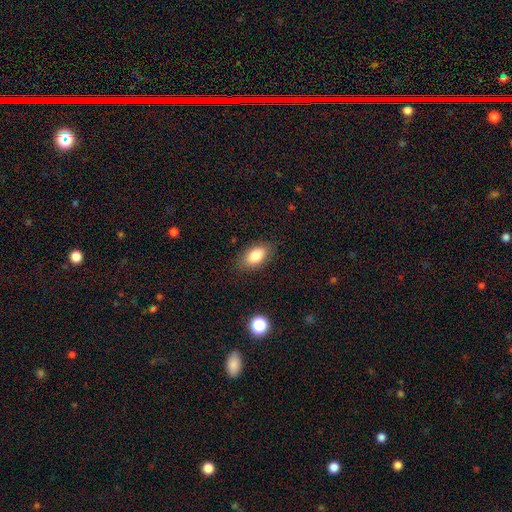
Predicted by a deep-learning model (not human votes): Smooth or featured? Predicted: smooth (p=0.81). How rounded? Predicted: in between (p=0.89). Merging? Predicted: none (p=0.84).